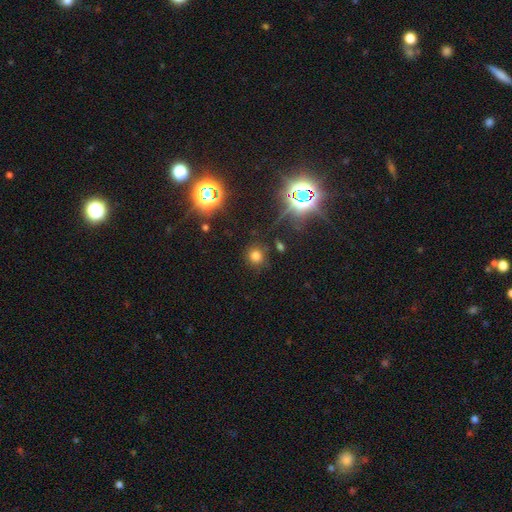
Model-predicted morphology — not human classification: smooth-or-featured: smooth: 67% | star or artifact: 26% | featured or disk: 7%
  how-rounded: round: 87% | in between: 12% | cigar-shaped: 1%
  merging: none: 83% | minor disturbance: 10% | major disturbance: 4% | merger: 3%